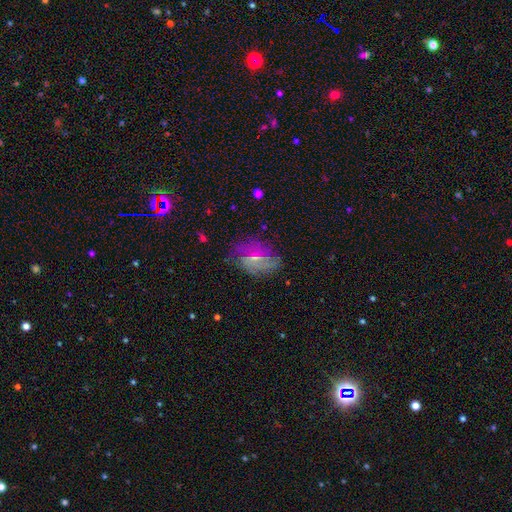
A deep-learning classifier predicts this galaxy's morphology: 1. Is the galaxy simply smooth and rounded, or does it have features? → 65% featured or disk, 20% smooth, 15% star or artifact.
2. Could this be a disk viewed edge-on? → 95% no, 5% yes.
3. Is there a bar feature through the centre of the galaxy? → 50% weak, 35% no, 15% strong.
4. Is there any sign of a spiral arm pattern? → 85% yes, 15% no.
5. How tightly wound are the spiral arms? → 40% medium, 39% tight, 21% loose.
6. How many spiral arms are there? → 37% can't tell, 35% 2, 13% 3, 6% 1, 5% 4, 4% more than 4.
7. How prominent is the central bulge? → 63% small, 30% moderate, 4% none, 1% large, 1% dominant.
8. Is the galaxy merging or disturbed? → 69% none, 20% minor disturbance, 9% major disturbance, 2% merger.